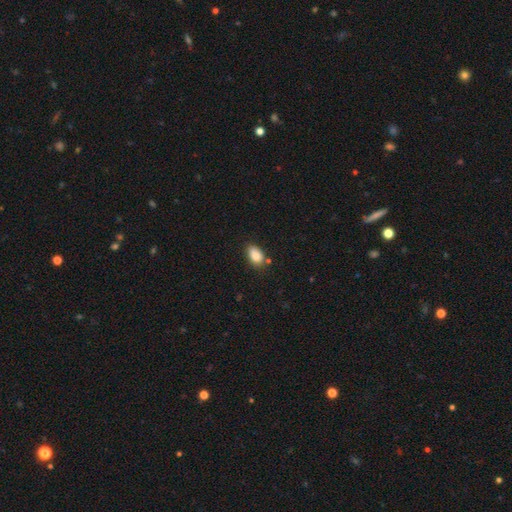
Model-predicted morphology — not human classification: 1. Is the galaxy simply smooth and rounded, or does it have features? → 84% smooth, 8% star or artifact, 8% featured or disk.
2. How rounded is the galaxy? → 87% in between, 12% round, 2% cigar-shaped.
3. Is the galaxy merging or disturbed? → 72% none, 19% minor disturbance, 5% merger, 3% major disturbance.